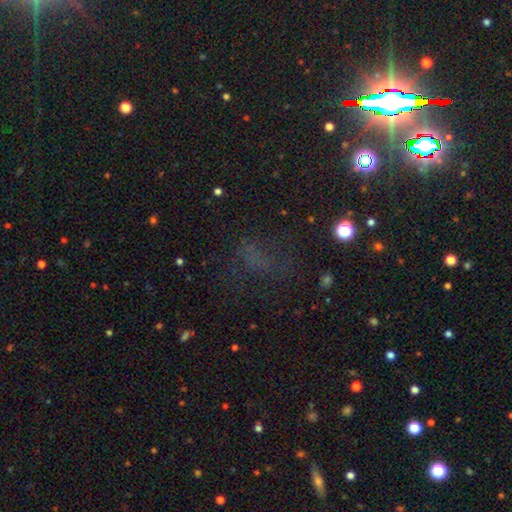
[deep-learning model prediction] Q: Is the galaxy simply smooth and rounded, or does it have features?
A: star or artifact — 54%.